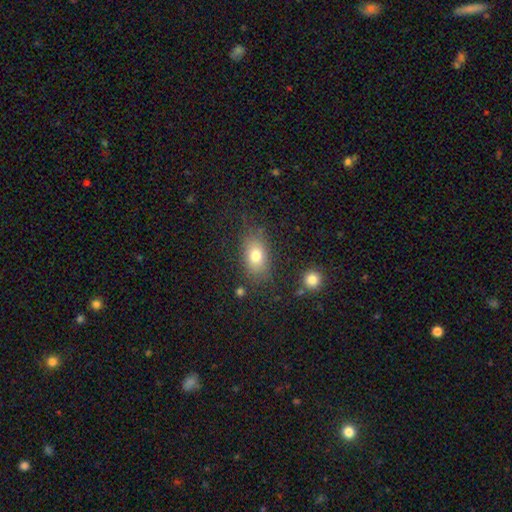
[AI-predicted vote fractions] This appears to be a smooth galaxy with no disk features (77%) that is in between round and cigar-shaped (82%). Merging: none (78%).